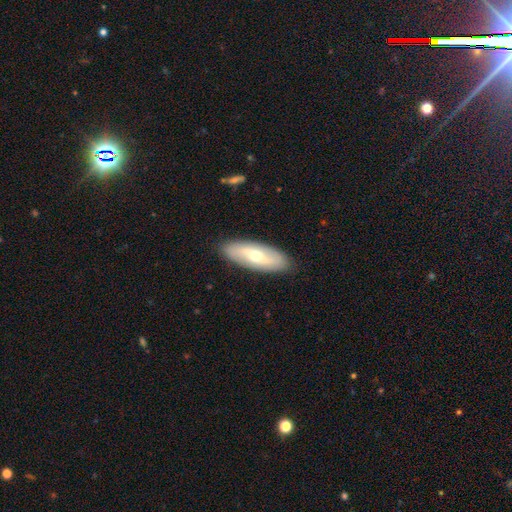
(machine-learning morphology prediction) Overall: featured or disk (53%; smooth 41%). Edge-on disk: no (76%). Merging: none (90%).